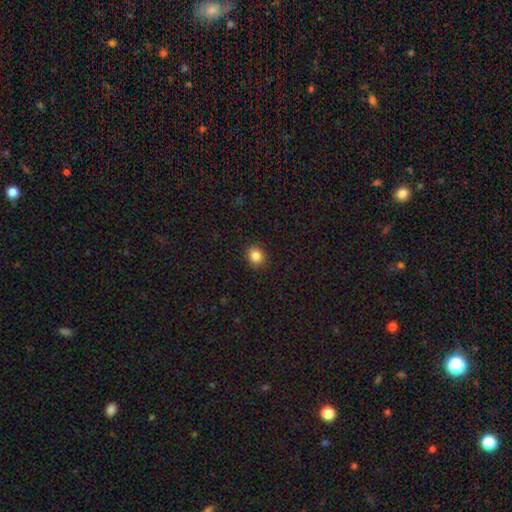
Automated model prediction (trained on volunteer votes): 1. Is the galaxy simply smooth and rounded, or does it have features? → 86% smooth, 11% star or artifact, 4% featured or disk.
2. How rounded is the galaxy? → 79% round, 21% in between, 1% cigar-shaped.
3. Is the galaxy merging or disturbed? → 90% none, 7% minor disturbance, 2% major disturbance, 1% merger.